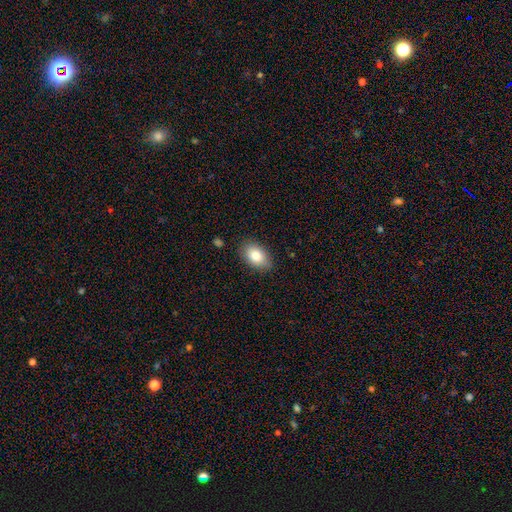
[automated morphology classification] type=smooth (83%); roundness=in between (89%); merging=none (86%).